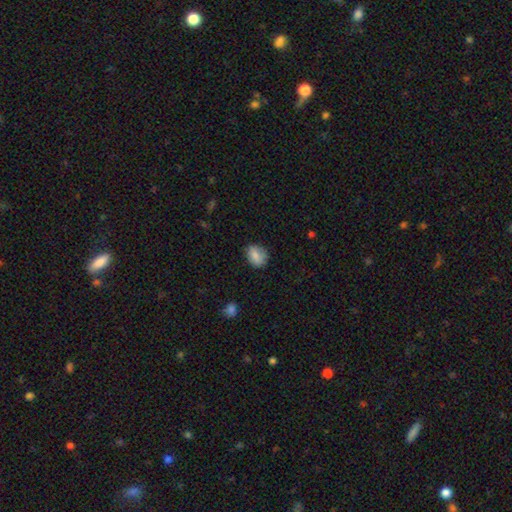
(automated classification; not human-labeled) The model was most divided on "how rounded": in between: 55%, round: 43%, cigar-shaped: 1%. More confident: smooth or featured — smooth (81%); merging — none (74%).